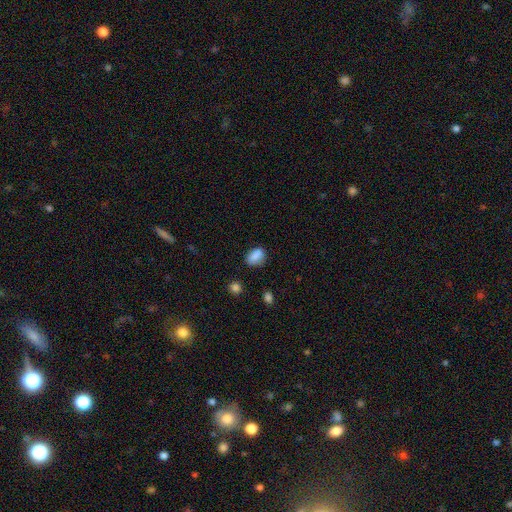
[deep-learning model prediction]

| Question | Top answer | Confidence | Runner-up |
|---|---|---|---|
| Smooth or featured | smooth | 85% | star or artifact (9%) |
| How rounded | in between | 75% | round (23%) |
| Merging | none | 73% | minor disturbance (20%) |